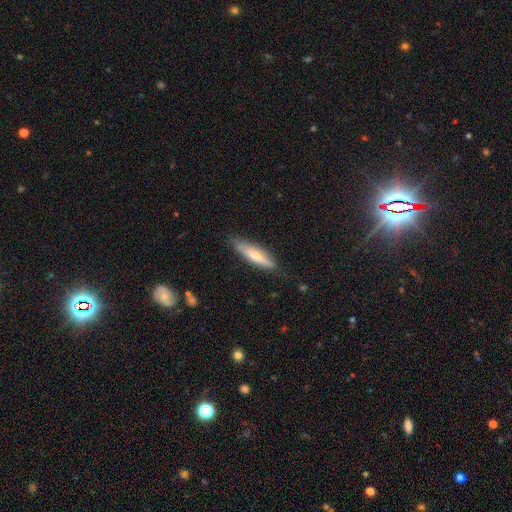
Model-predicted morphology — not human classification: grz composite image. It shows a smooth galaxy with no disk features (61%) that is cigar-shaped (76%). Merging: none (79%).